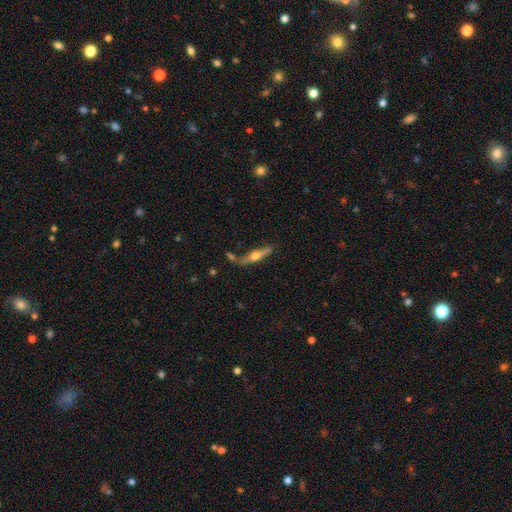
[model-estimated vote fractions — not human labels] Q: Smooth or featured?
A: featured or disk (63%); runner-up: smooth (32%)
Q: Edge-on disk?
A: yes (94%); runner-up: no (6%)
Q: Edge-on bulge?
A: rounded (94%); runner-up: boxy (3%)
Q: Merging?
A: none (68%); runner-up: minor disturbance (16%)